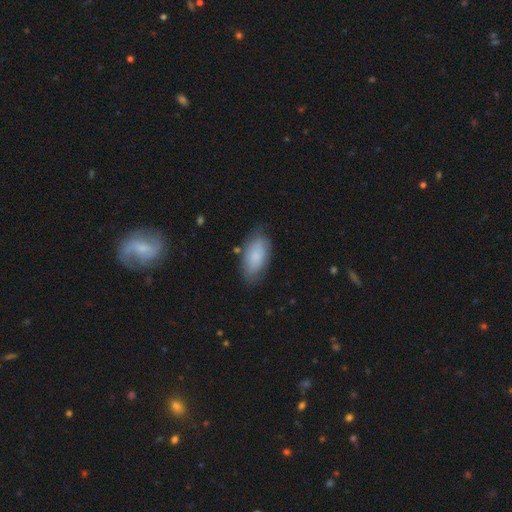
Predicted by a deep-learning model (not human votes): smooth_or_featured: smooth (p=0.79) [alt: featured or disk p=0.15]
how_rounded: in between (p=0.93) [alt: cigar-shaped p=0.04]
merging: none (p=0.73) [alt: minor disturbance p=0.20]